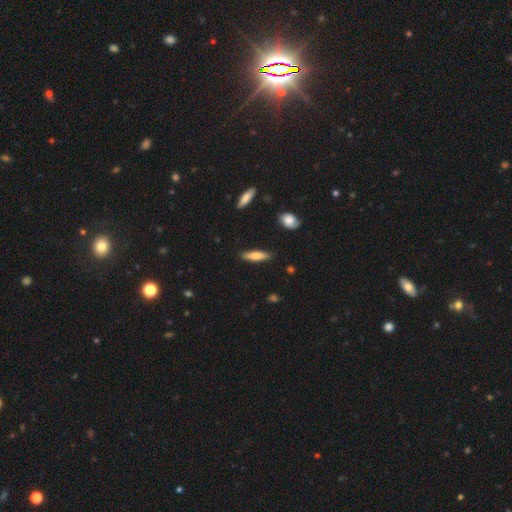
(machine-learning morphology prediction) Smooth or featured? Predicted: smooth (p=0.66). How rounded? Predicted: cigar-shaped (p=0.73). Merging? Predicted: none (p=0.87).